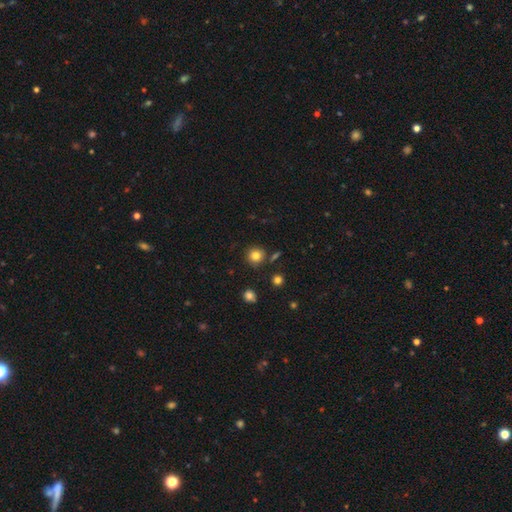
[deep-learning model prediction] Smooth or featured?
  - smooth: 82% *
  - star or artifact: 12%
  - featured or disk: 6%
How rounded?
  - round: 91% *
  - in between: 8%
  - cigar-shaped: 1%
Merging?
  - none: 84% *
  - minor disturbance: 8%
  - merger: 5%
  - major disturbance: 3%